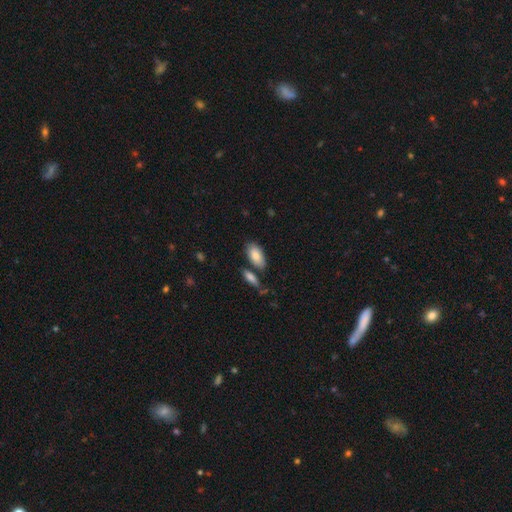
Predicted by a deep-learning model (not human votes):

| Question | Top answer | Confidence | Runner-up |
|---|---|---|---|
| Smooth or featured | smooth | 83% | featured or disk (11%) |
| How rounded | in between | 92% | cigar-shaped (5%) |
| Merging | none | 68% | minor disturbance (15%) |